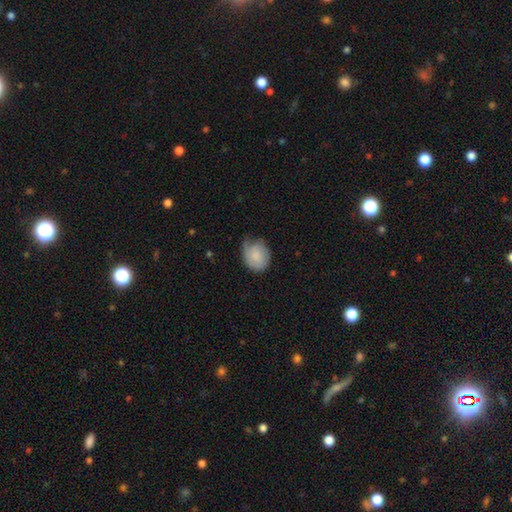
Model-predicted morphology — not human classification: smooth 75%, featured or disk 18%, star or artifact 7%. Down the decision tree: how rounded — round (57%); merging — none (45%).